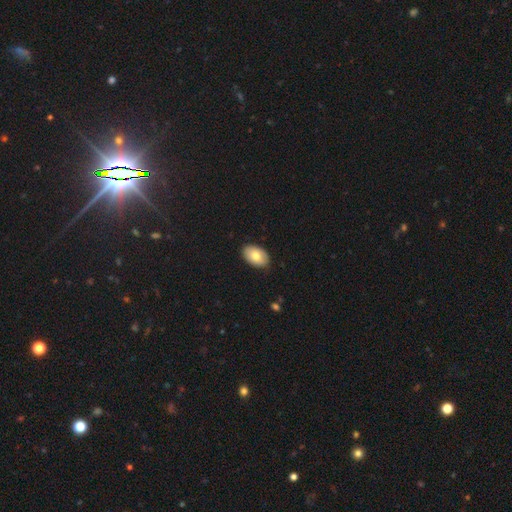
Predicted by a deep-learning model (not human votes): Smooth or featured? Predicted: smooth (p=0.78). How rounded? Predicted: in between (p=0.91). Merging? Predicted: none (p=0.86).